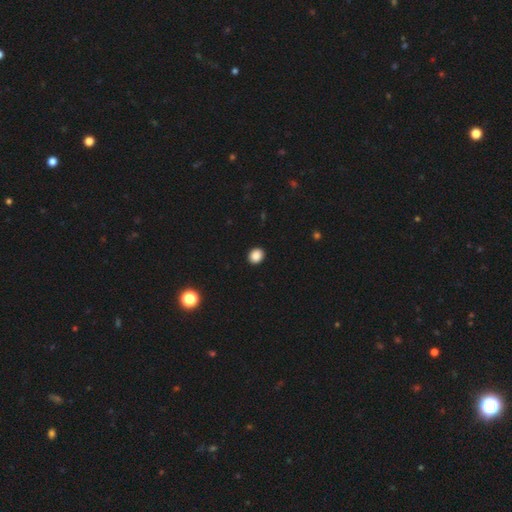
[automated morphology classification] type=smooth (87%); roundness=round (69%); merging=none (93%).